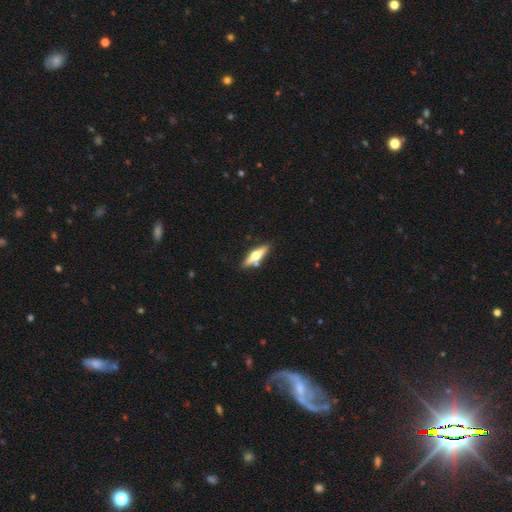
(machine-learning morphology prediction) This is possibly a featured or disk galaxy (59%). It is clearly viewed edge-on (94%). Edge-on bulge: clearly rounded (95%). Merging: clearly none (80%).